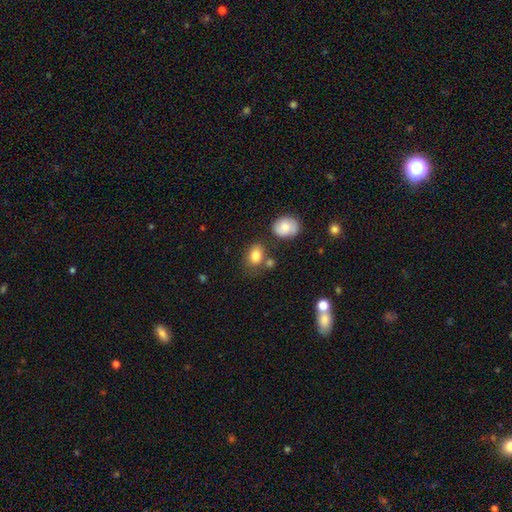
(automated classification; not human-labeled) Overall: smooth (82%). How rounded: in between (64%; round 34%). Merging: none (64%).